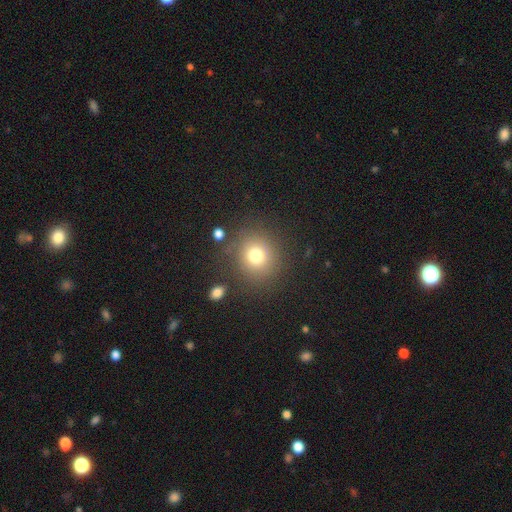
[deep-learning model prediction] Smooth or featured?
  - smooth: 76% *
  - star or artifact: 14%
  - featured or disk: 10%
How rounded?
  - round: 86% *
  - in between: 13%
  - cigar-shaped: 1%
Merging?
  - none: 82% *
  - minor disturbance: 10%
  - major disturbance: 5%
  - merger: 3%